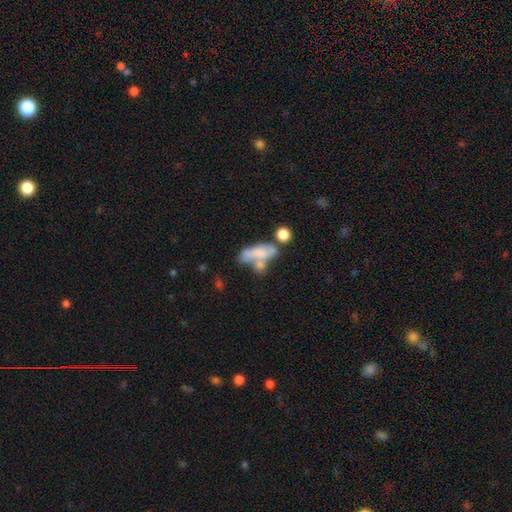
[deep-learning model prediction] Smooth or featured: smooth — 58% (featured or disk — 31%)
How rounded: in between — 67% (cigar-shaped — 27%)
Merging: merger — 44% (none — 24%)